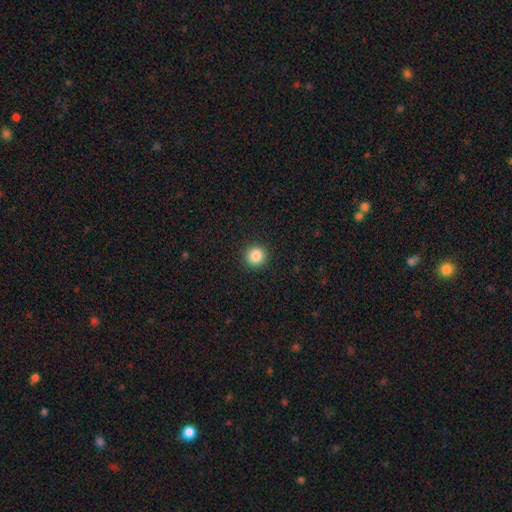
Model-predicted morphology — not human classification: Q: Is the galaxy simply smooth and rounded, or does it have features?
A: smooth — 86%.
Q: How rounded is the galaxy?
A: round — 94%.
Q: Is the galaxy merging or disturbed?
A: none — 93%.